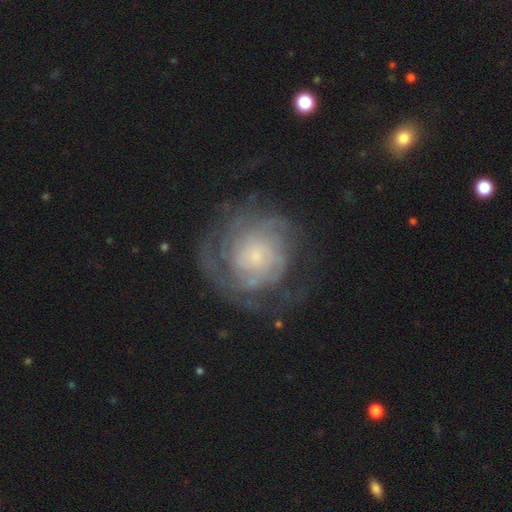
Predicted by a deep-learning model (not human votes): This appears to be a featured or disk galaxy (79%) with no bar (79%), tight (67%) spiral arms (92%) and a small central bulge (64%). Merging: none (68%).